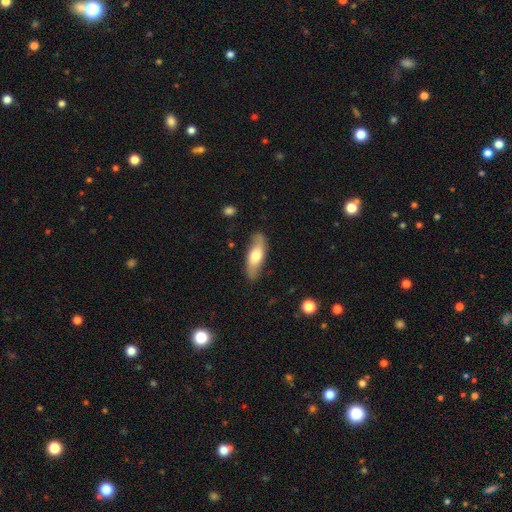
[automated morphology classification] A smooth galaxy with no disk features (59%) that is in between round and cigar-shaped (60%). Merging: none (81%).